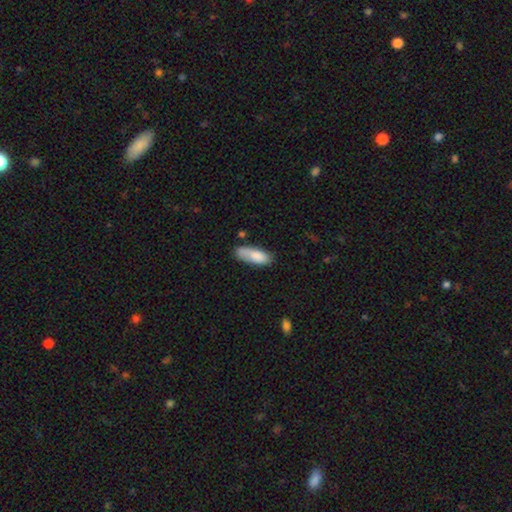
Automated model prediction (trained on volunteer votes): Morphology: type=smooth (83%); roundness=in between (70%); merging=none (61%).